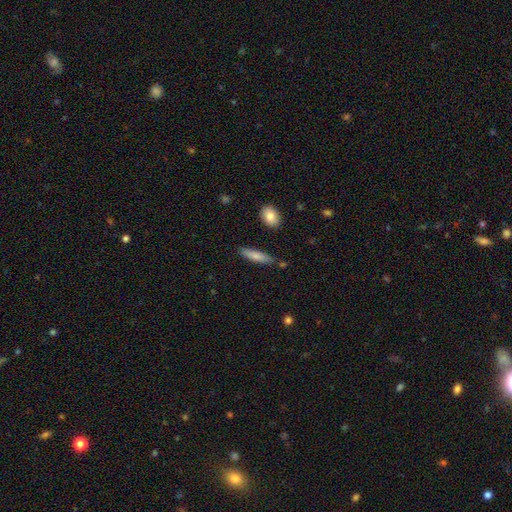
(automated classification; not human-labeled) Smooth or featured? Predicted: smooth (p=0.79). How rounded? Predicted: cigar-shaped (p=0.75). Merging? Predicted: none (p=0.80).